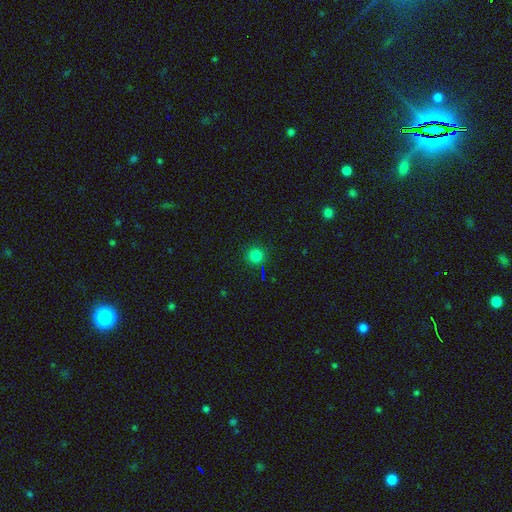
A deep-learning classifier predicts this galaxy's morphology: type=smooth (80%); roundness=round (95%); merging=none (91%).